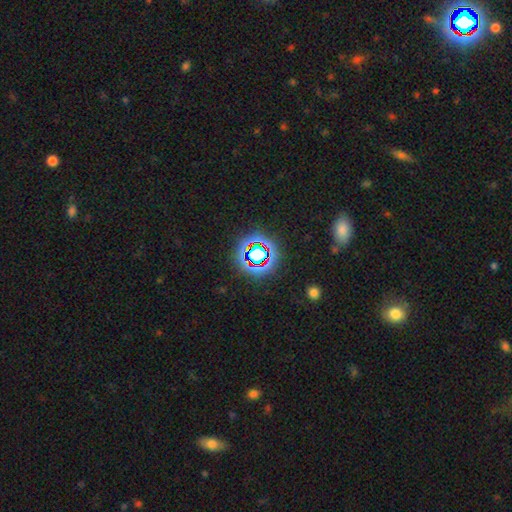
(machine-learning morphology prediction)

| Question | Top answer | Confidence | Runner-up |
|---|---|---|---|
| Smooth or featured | star or artifact | 68% | smooth (21%) |